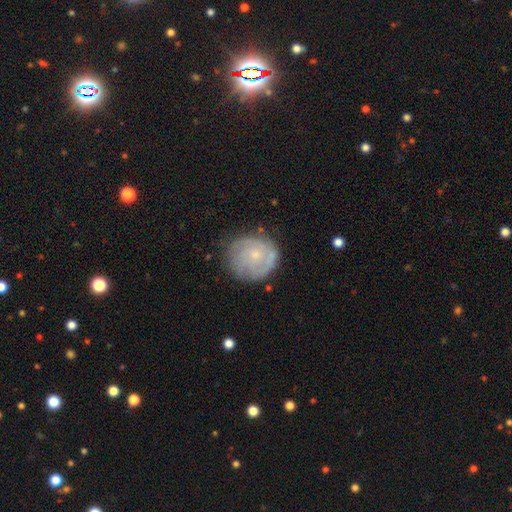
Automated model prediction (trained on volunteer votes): Morphology: type=featured or disk (59%); edge-on=no (98%); bar=no (80%); spiral arms=yes (75%); bulge=small (66%); merging=none (71%).